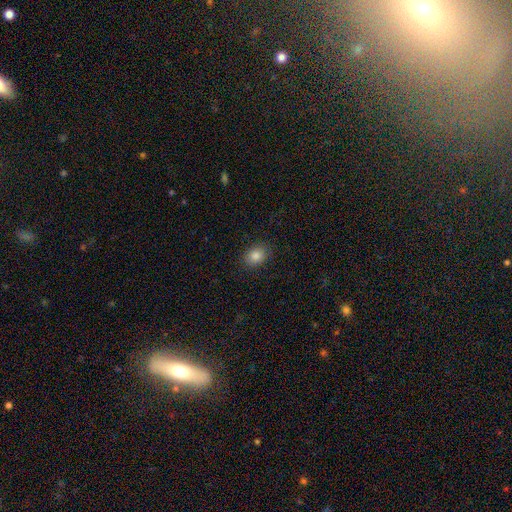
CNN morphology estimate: Smooth or featured?
  - smooth: 85% *
  - star or artifact: 10%
  - featured or disk: 5%
How rounded?
  - in between: 64% *
  - round: 35%
  - cigar-shaped: 1%
Merging?
  - none: 88% *
  - minor disturbance: 8%
  - major disturbance: 2%
  - merger: 1%